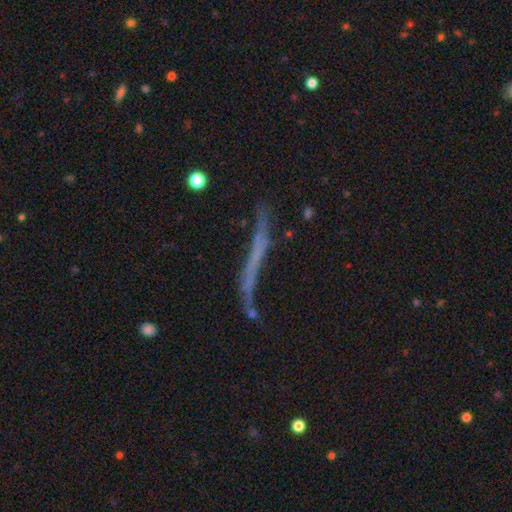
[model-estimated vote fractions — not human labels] Smooth or featured: featured or disk — 53% (smooth — 32%)
Edge-on disk: yes — 77% (no — 23%)
Merging: none — 55% (minor disturbance — 23%)